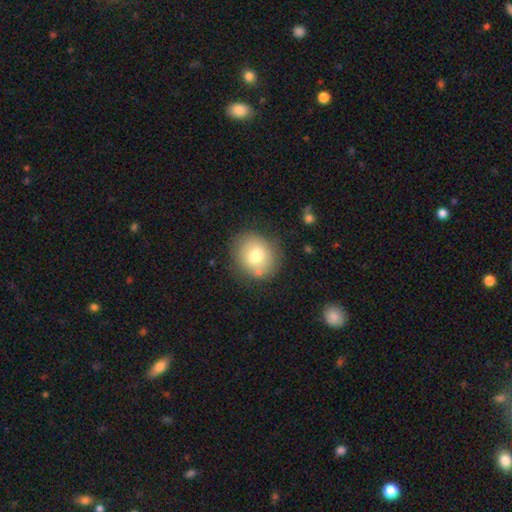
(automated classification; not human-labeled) smooth_or_featured: smooth (p=0.73) [alt: featured or disk p=0.18]
how_rounded: round (p=0.71) [alt: in between p=0.28]
merging: none (p=0.78) [alt: minor disturbance p=0.14]